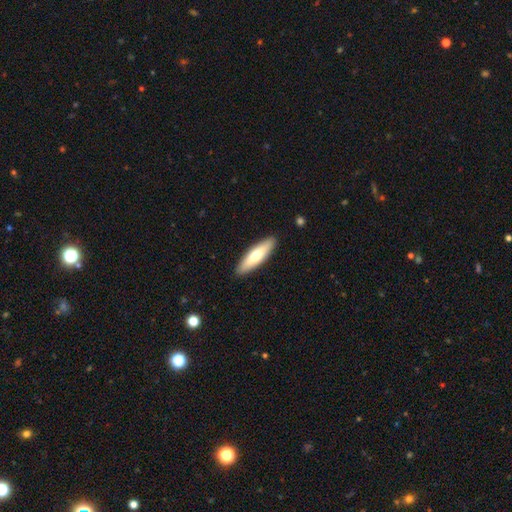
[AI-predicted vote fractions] Smooth or featured?
  - smooth: 65% *
  - featured or disk: 30%
  - star or artifact: 5%
How rounded?
  - cigar-shaped: 64% *
  - in between: 35%
  - round: 2%
Merging?
  - none: 90% *
  - minor disturbance: 7%
  - major disturbance: 2%
  - merger: 1%